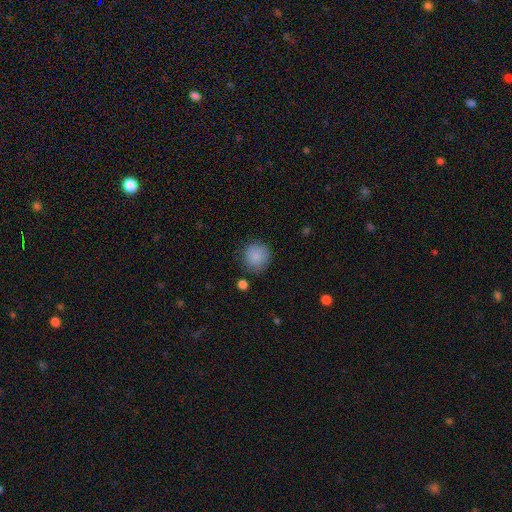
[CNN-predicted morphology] The model was most divided on "merging": none: 79%, minor disturbance: 15%, major disturbance: 4%, merger: 2%. More confident: how rounded — round (92%); smooth or featured — smooth (87%).